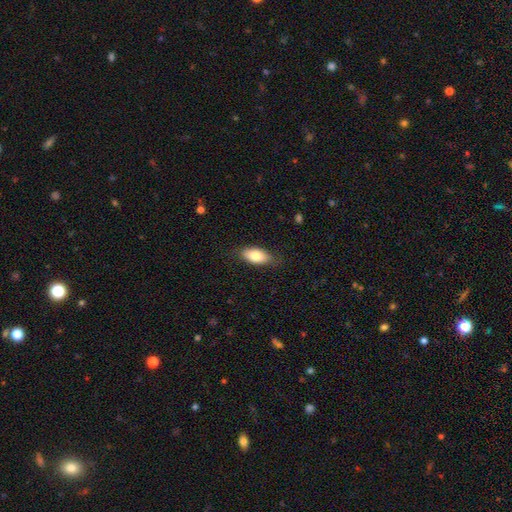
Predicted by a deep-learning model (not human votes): smooth 80%, featured or disk 13%, star or artifact 7%. Down the decision tree: how rounded — in between (89%); merging — none (80%).